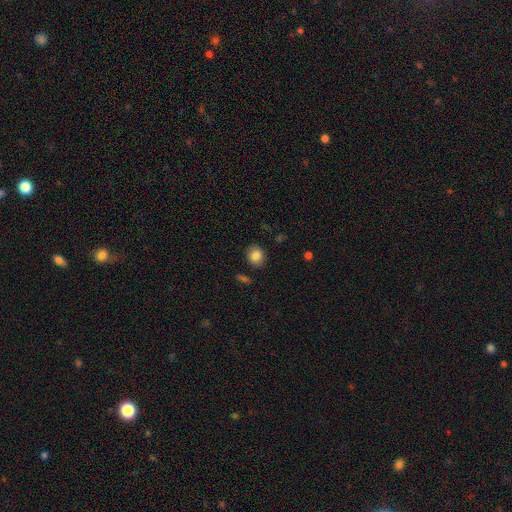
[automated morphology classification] A smooth galaxy with no disk features (84%) that is round (72%).

Vote fractions:
- Smooth or featured? smooth: 84% / star or artifact: 9% / featured or disk: 7%
- How rounded? round: 72% / in between: 27% / cigar-shaped: 1%
- Merging? none: 86% / minor disturbance: 9% / major disturbance: 2% / merger: 2%